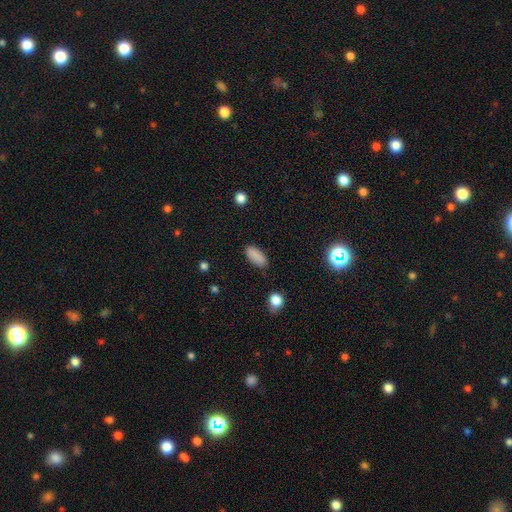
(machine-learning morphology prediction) Overall: smooth (86%). How rounded: in between (88%). Merging: none (82%).